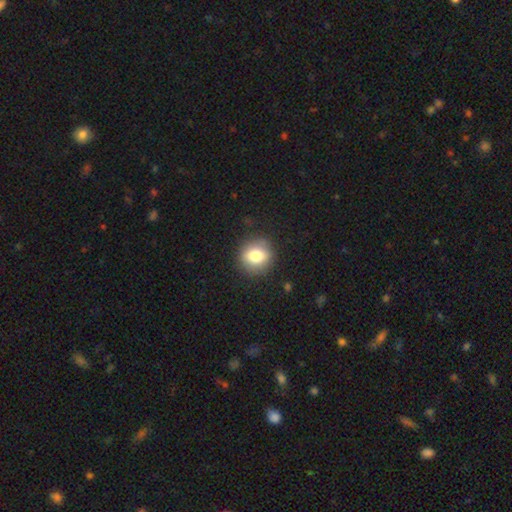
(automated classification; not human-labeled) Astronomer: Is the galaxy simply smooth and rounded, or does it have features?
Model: smooth — 79%.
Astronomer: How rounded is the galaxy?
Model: round — 82%.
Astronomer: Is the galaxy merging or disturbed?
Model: none — 87%.